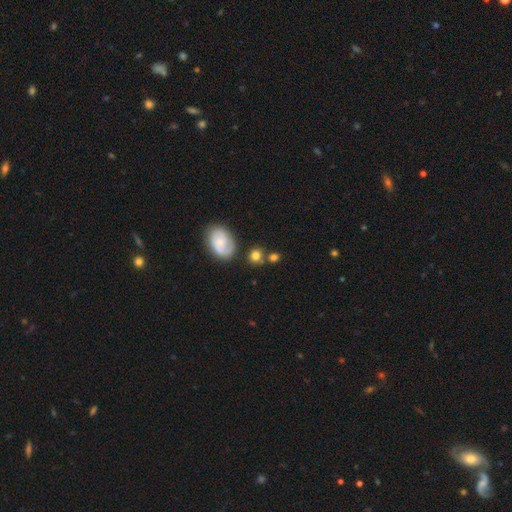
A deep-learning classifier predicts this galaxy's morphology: Smooth or featured? Predicted: smooth (p=0.73). How rounded? Predicted: round (p=0.79). Merging? Predicted: none (p=0.69).